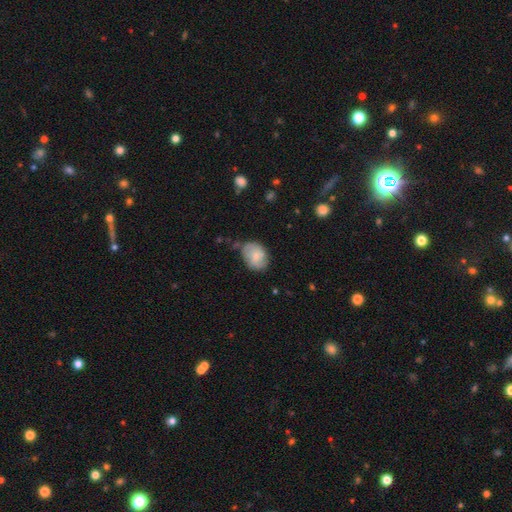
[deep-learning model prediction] Smooth or featured: smooth — 53% (featured or disk — 40%)
How rounded: in between — 57% (round — 42%)
Merging: none — 62% (minor disturbance — 28%)